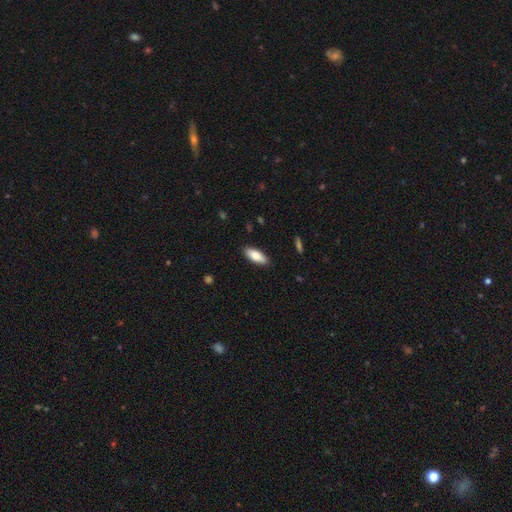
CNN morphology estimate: The model was most divided on "how rounded": in between: 78%, cigar-shaped: 20%, round: 2%. More confident: merging — none (89%); smooth or featured — smooth (79%).